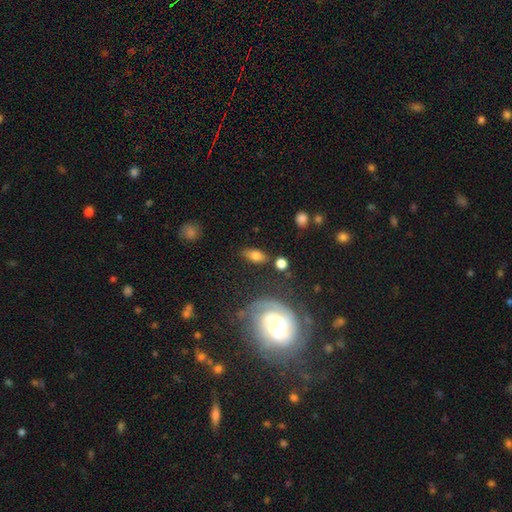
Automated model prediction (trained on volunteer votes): A smooth galaxy with no disk features (67%) that is in between round and cigar-shaped (81%).

Vote fractions:
- Smooth or featured? smooth: 67% / featured or disk: 23% / star or artifact: 9%
- How rounded? in between: 81% / cigar-shaped: 11% / round: 8%
- Merging? none: 71% / minor disturbance: 17% / major disturbance: 6% / merger: 6%